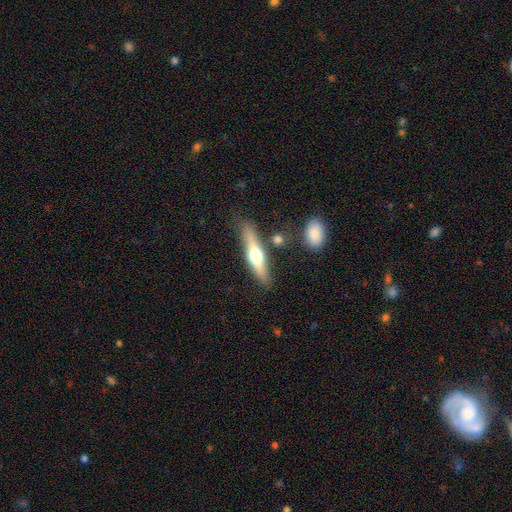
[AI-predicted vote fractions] featured or disk 55%, smooth 40%, star or artifact 5%. Down the decision tree: edge-on disk — yes (92%); edge-on bulge — rounded (93%); merging — none (78%).